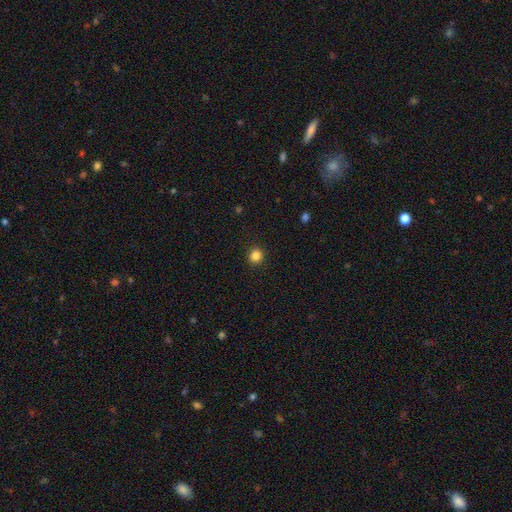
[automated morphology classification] smooth_or_featured: smooth (p=0.85) [alt: star or artifact p=0.12]
how_rounded: round (p=0.93) [alt: in between p=0.06]
merging: none (p=0.92) [alt: minor disturbance p=0.05]